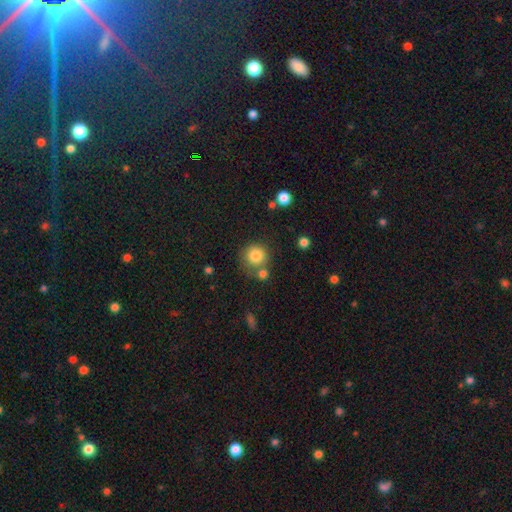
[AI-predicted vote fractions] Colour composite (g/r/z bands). It shows a smooth galaxy with no disk features (82%) that is round (92%). Merging: none (67%).